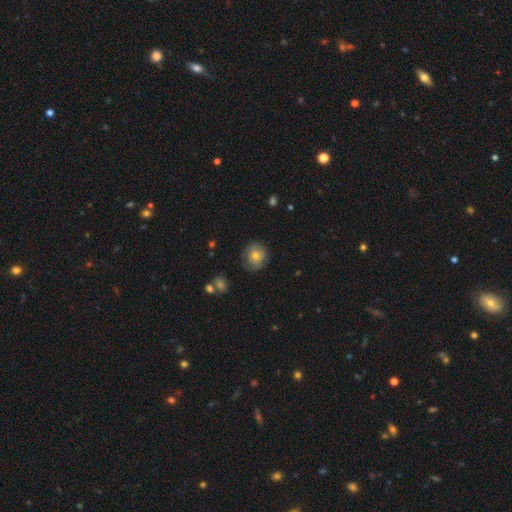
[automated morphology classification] smooth-or-featured: smooth: 64% | featured or disk: 26% | star or artifact: 10%
  how-rounded: round: 82% | in between: 17% | cigar-shaped: 1%
  merging: none: 75% | minor disturbance: 19% | major disturbance: 5% | merger: 2%